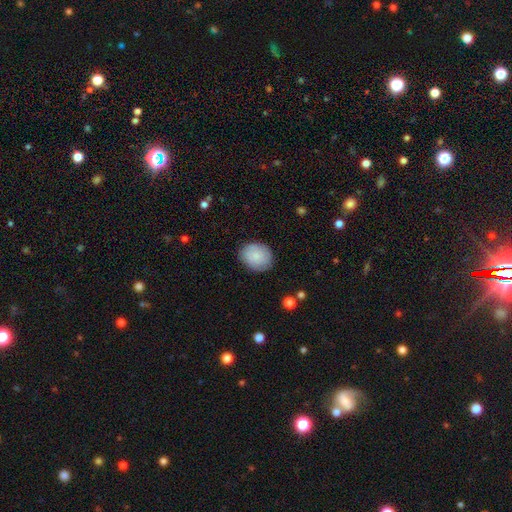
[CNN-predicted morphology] Smooth or featured: smooth — 80% (featured or disk — 13%)
How rounded: round — 59% (in between — 40%)
Merging: none — 83% (minor disturbance — 13%)